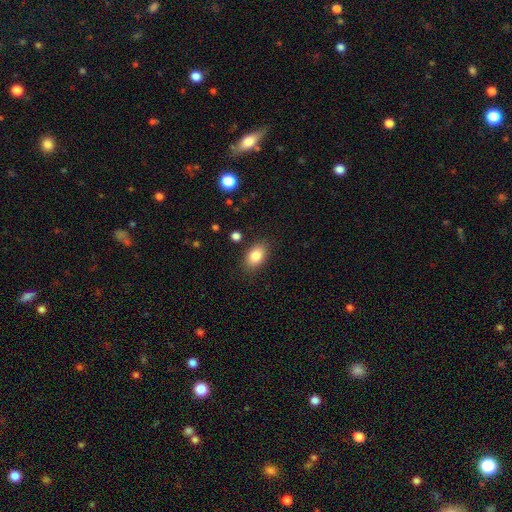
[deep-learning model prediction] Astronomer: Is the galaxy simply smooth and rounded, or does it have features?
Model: smooth — 84%.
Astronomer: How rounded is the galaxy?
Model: in between — 85%.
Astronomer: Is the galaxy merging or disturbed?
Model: none — 85%.